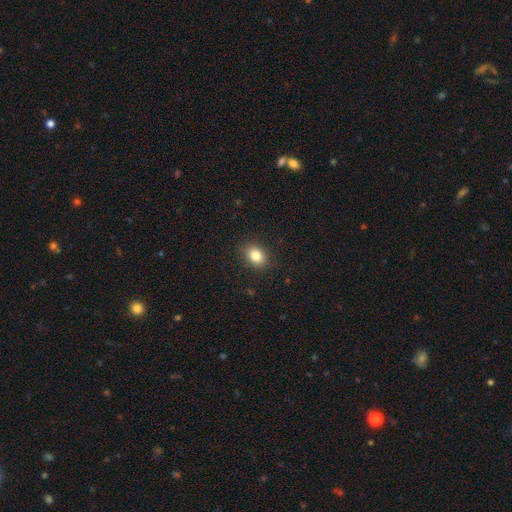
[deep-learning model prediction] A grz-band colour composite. It shows a smooth galaxy with no disk features (83%) that is in between round and cigar-shaped (63%). Merging: none (88%).